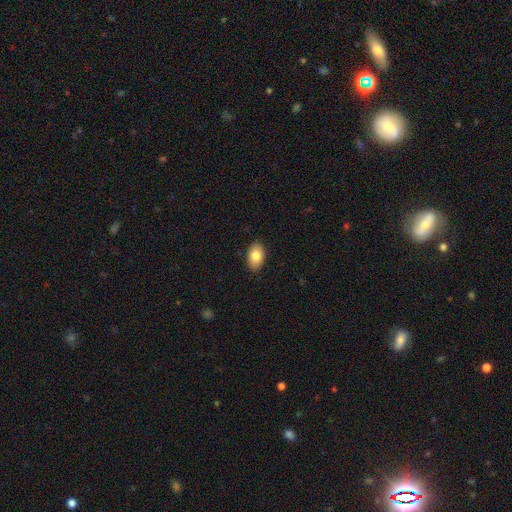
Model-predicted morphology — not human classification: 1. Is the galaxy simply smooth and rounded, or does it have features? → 83% smooth, 10% featured or disk, 7% star or artifact.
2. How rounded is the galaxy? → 91% in between, 7% round, 1% cigar-shaped.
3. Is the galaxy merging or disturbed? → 89% none, 8% minor disturbance, 2% major disturbance, 1% merger.